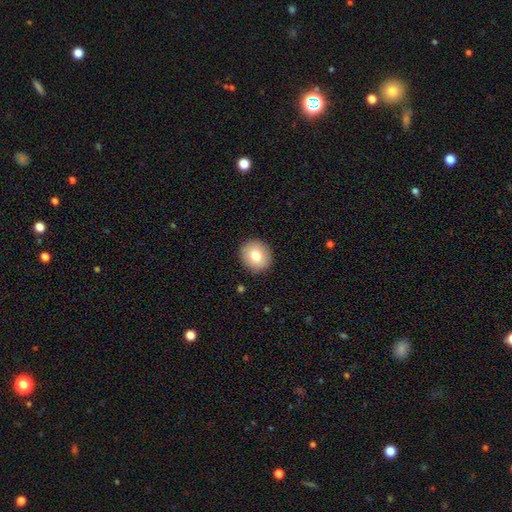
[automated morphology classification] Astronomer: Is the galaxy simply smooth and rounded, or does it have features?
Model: smooth — 78%.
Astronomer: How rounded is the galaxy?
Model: round — 80%.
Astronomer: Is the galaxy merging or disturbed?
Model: none — 90%.